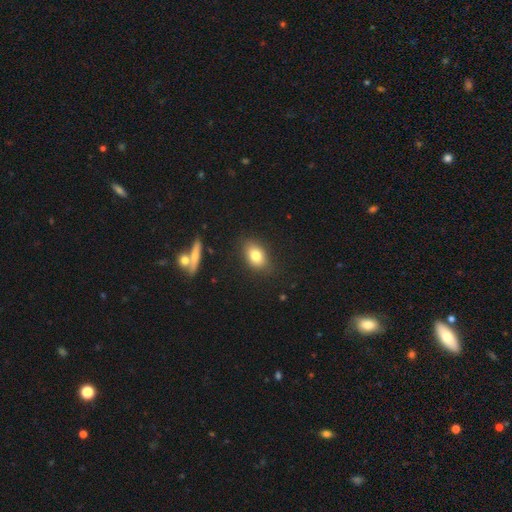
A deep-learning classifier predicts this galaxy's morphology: Smooth or featured? Predicted: smooth (p=0.79). How rounded? Predicted: in between (p=0.78). Merging? Predicted: none (p=0.83).